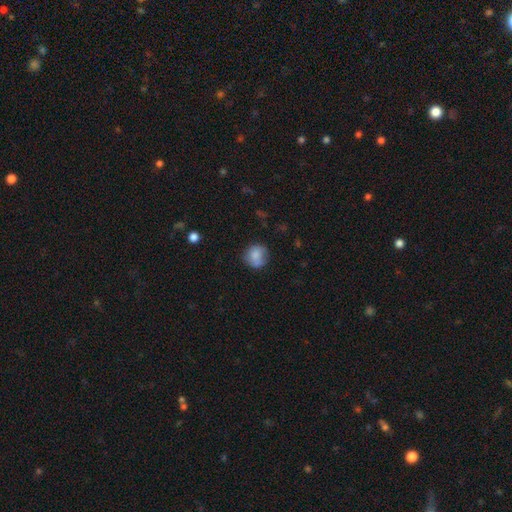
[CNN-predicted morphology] type=smooth (76%); roundness=round (85%); merging=none (67%).